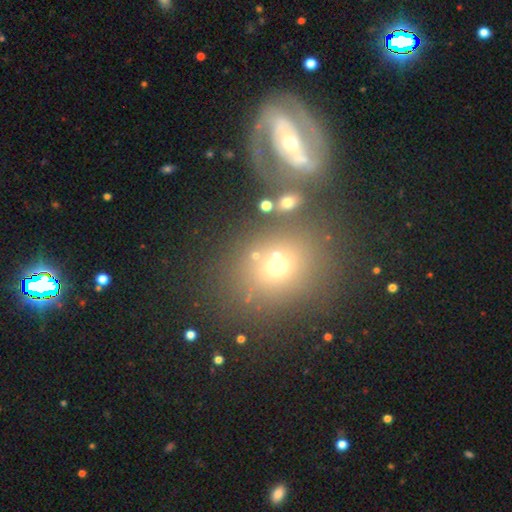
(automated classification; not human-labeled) The model was most divided on "how rounded": round: 63%, in between: 35%, cigar-shaped: 2%. More confident: merging — none (66%); smooth or featured — smooth (64%).